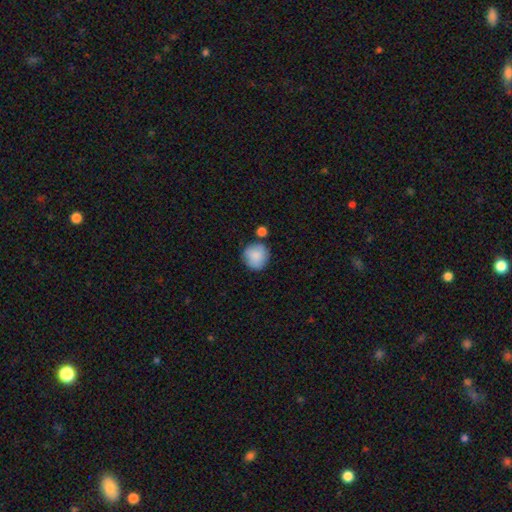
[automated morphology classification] Overall: smooth (85%). How rounded: round (91%). Merging: none (73%).